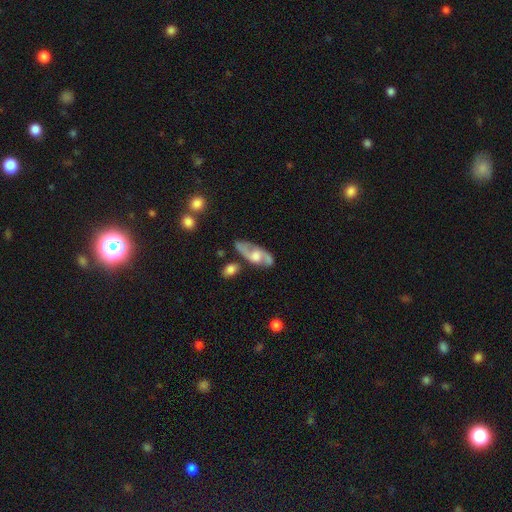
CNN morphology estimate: This appears to be a featured or disk galaxy (73%) with no bar (60%), 2 (86%) medium (45%) spiral arms (85%) and a moderate central bulge (48%). Merging: none (65%).